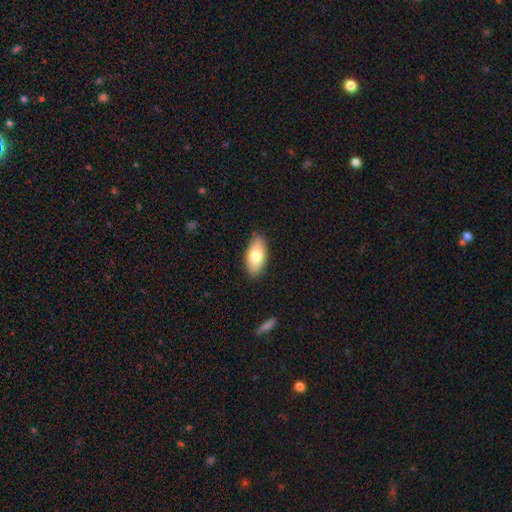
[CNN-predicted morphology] The model was most divided on "smooth or featured": smooth: 76%, featured or disk: 18%, star or artifact: 6%. More confident: how rounded — in between (91%); merging — none (87%).